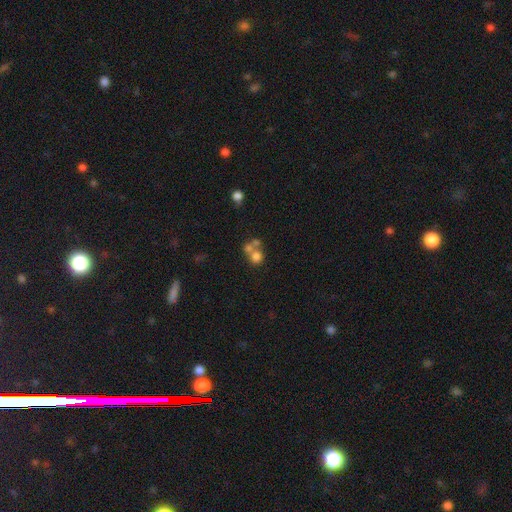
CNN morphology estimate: Overall: smooth (69%). How rounded: round (82%). Merging: merger (51%; none 37%).